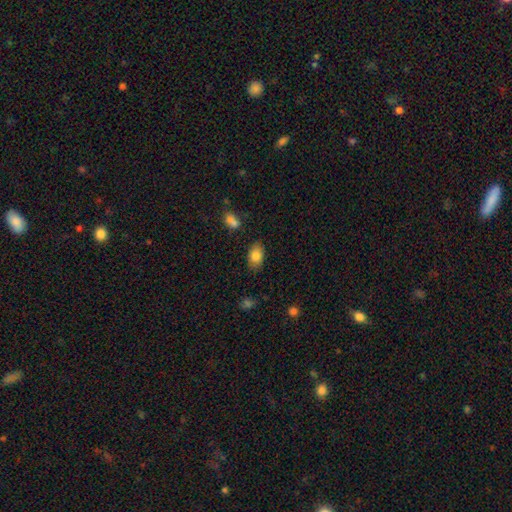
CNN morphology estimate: The model was most divided on "merging": none: 83%, minor disturbance: 12%, major disturbance: 3%, merger: 2%. More confident: how rounded — in between (89%); smooth or featured — smooth (83%).